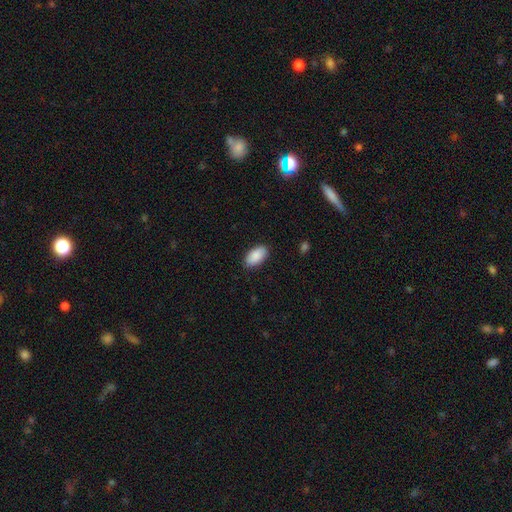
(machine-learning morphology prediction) The model was most divided on "merging": none: 86%, minor disturbance: 11%, major disturbance: 2%, merger: 1%. More confident: how rounded — in between (95%); smooth or featured — smooth (89%).